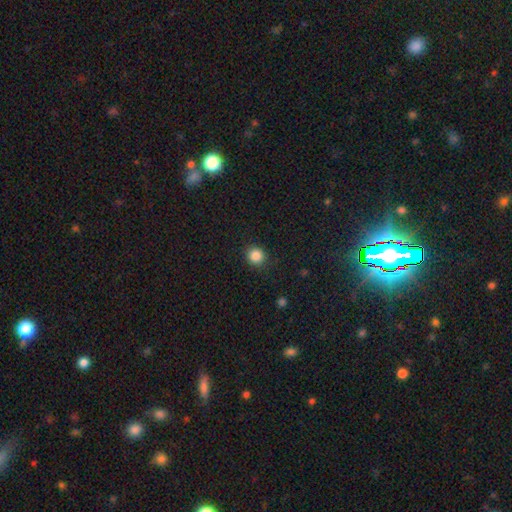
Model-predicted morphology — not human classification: type=smooth (86%); roundness=round (90%); merging=none (90%).